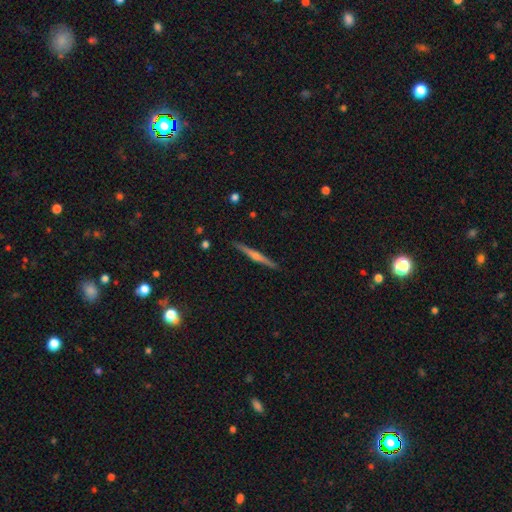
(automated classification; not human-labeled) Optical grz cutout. It shows a featured or disk galaxy (73%) viewed edge-on (98%) with a rounded central bulge (80%). Merging: none (92%).